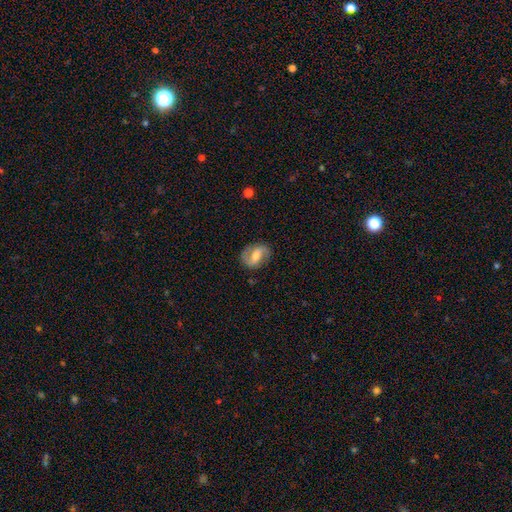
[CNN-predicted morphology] featured or disk 69%, smooth 25%, star or artifact 7%. Down the decision tree: edge-on disk — no (96%); bar — weak (42%); spiral arms — yes (88%); spiral arm count — 2 (89%); spiral winding — loose (42%); bulge size — moderate (61%); merging — none (82%).